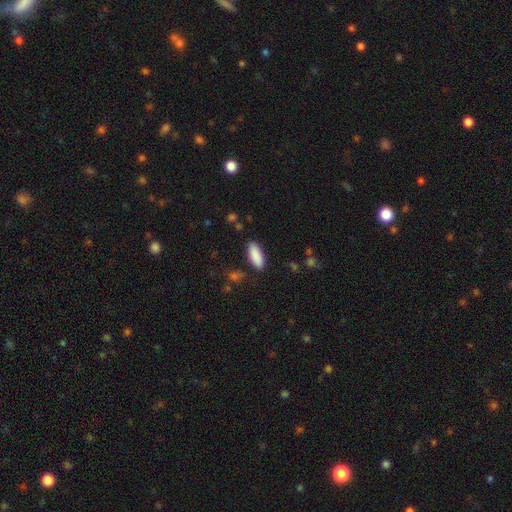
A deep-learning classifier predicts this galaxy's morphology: Smooth or featured: smooth — 89% (star or artifact — 6%)
How rounded: in between — 79% (cigar-shaped — 19%)
Merging: none — 85% (minor disturbance — 10%)